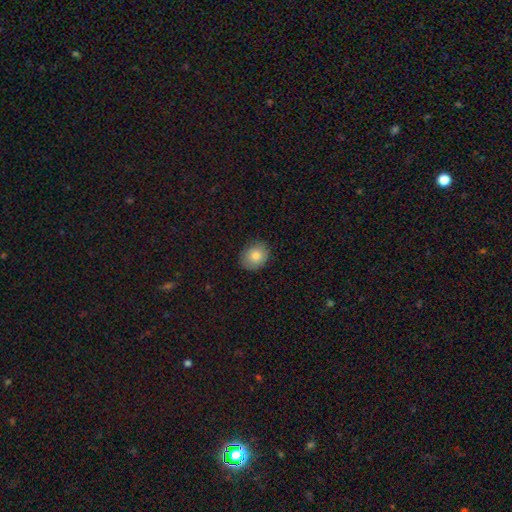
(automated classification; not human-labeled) Smooth or featured?
  - smooth: 82% *
  - star or artifact: 9%
  - featured or disk: 9%
How rounded?
  - round: 56% *
  - in between: 43%
  - cigar-shaped: 1%
Merging?
  - none: 86% *
  - minor disturbance: 11%
  - major disturbance: 2%
  - merger: 1%